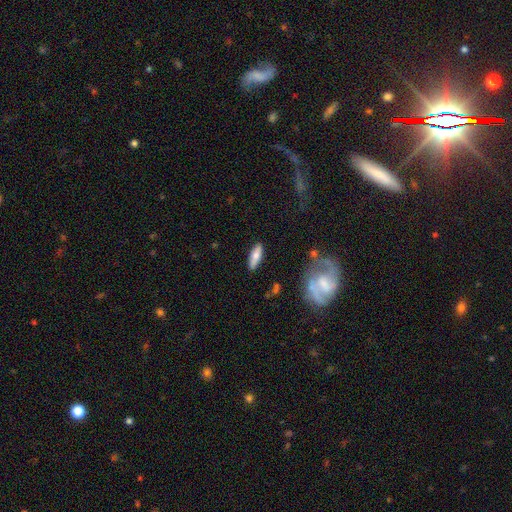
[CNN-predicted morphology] smooth 67%, featured or disk 26%, star or artifact 7%. Down the decision tree: how rounded — in between (53%); merging — none (86%).